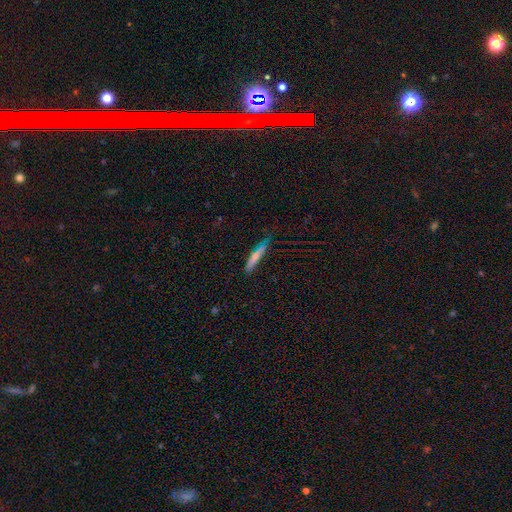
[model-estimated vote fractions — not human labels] Q: Smooth or featured?
A: smooth (63%); runner-up: featured or disk (28%)
Q: How rounded?
A: cigar-shaped (93%); runner-up: in between (5%)
Q: Merging?
A: none (73%); runner-up: minor disturbance (20%)